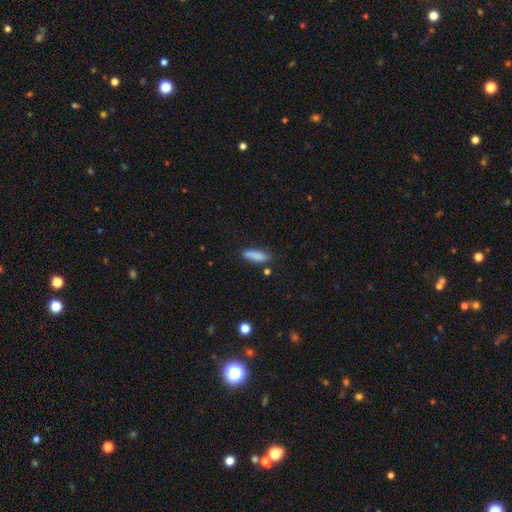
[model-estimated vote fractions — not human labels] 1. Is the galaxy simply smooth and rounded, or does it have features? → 83% smooth, 10% featured or disk, 7% star or artifact.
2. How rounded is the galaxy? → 58% cigar-shaped, 40% in between, 2% round.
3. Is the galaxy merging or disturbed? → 74% none, 18% minor disturbance, 4% merger, 4% major disturbance.